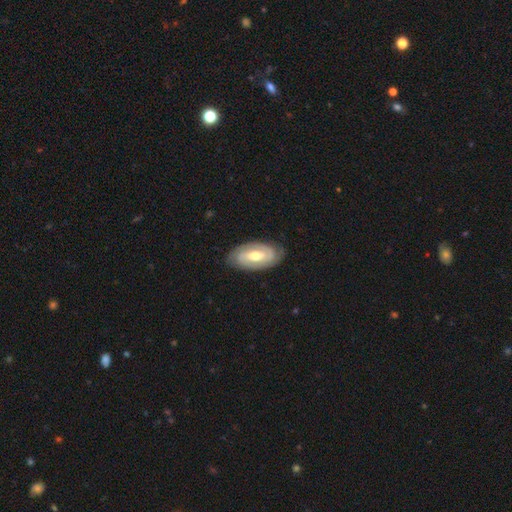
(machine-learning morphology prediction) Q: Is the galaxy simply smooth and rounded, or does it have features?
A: featured or disk — 79%.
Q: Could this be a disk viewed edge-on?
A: no — 94%.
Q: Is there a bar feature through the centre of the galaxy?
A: weak — 40%.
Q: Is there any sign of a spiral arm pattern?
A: yes — 88%.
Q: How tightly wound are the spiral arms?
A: tight — 61%.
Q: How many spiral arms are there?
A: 2 — 78%.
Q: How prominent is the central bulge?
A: moderate — 70%.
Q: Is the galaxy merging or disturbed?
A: none — 83%.